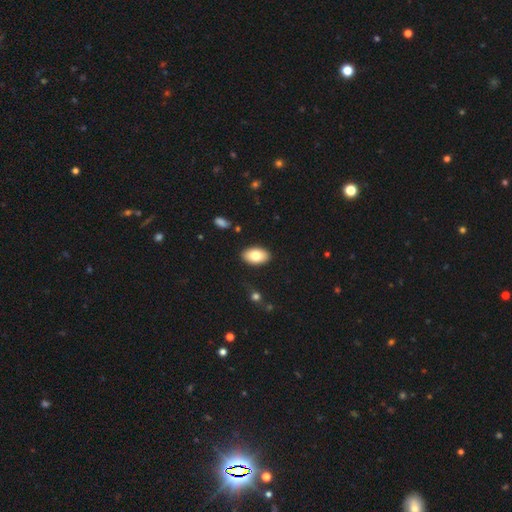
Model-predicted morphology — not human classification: Smooth or featured? smooth (79%)
How rounded? in between (93%)
Merging? none (88%)